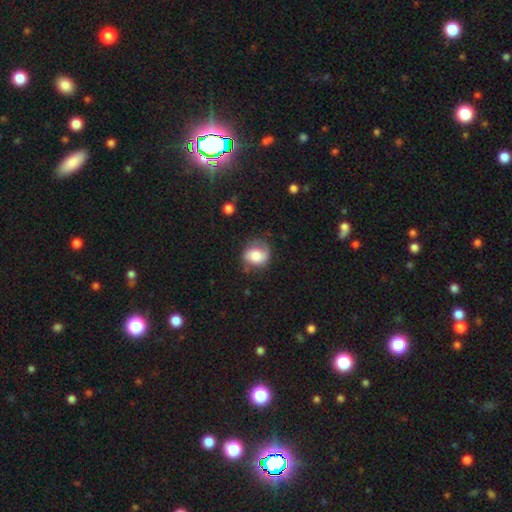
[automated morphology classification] smooth_or_featured: smooth (p=0.63) [alt: featured or disk p=0.29]
how_rounded: round (p=0.63) [alt: in between p=0.36]
merging: none (p=0.58) [alt: minor disturbance p=0.28]